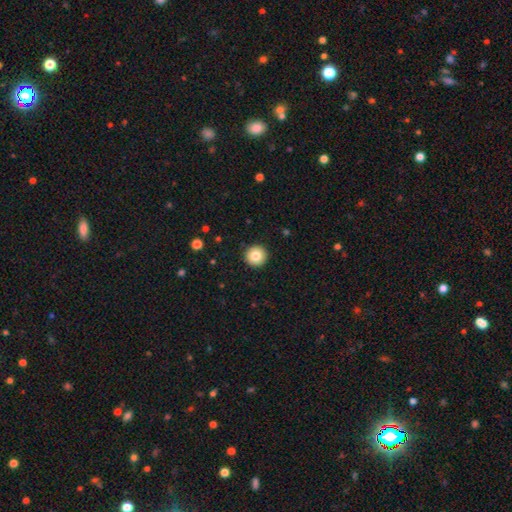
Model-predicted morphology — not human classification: A smooth galaxy with no disk features (82%) that is round (96%). Merging: none (93%).